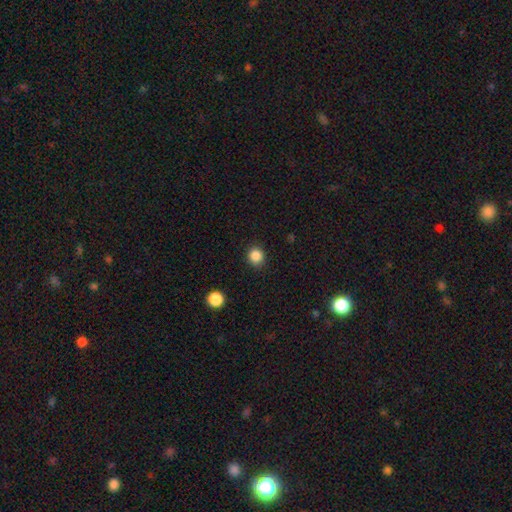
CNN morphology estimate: Overall: smooth (86%). How rounded: round (88%). Merging: none (90%).